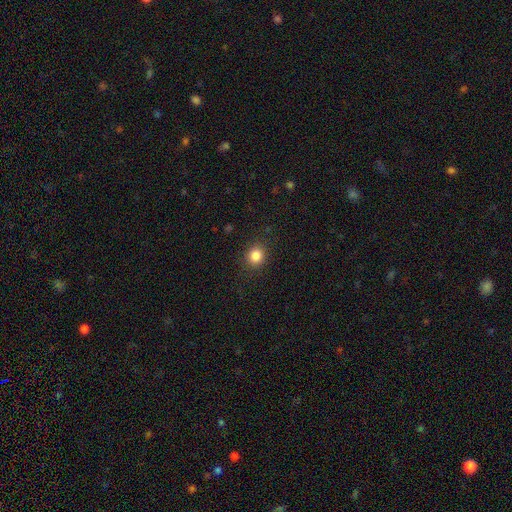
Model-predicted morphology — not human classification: type=smooth (84%); roundness=round (80%); merging=none (89%).